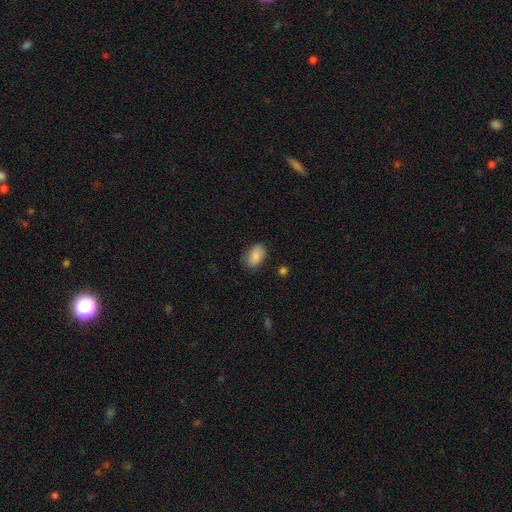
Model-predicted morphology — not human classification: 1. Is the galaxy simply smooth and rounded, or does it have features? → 86% smooth, 7% featured or disk, 7% star or artifact.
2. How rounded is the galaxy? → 89% in between, 9% round, 1% cigar-shaped.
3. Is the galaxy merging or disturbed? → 77% none, 17% minor disturbance, 4% major disturbance, 2% merger.